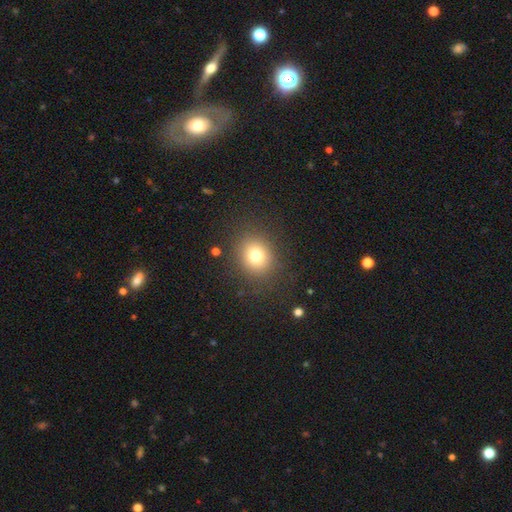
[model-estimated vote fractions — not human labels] A smooth galaxy with no disk features (76%) that is round (75%). Merging: none (85%).